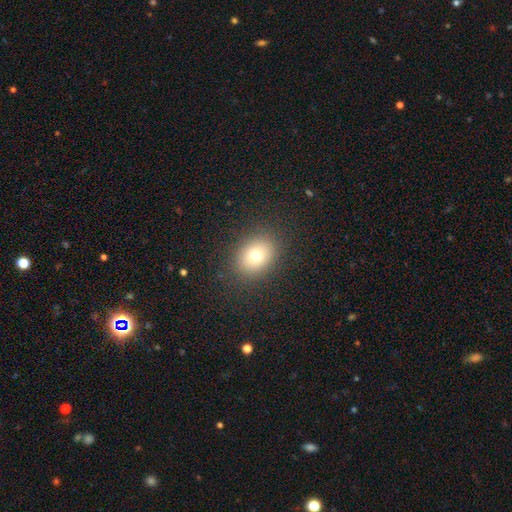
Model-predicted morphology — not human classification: Smooth or featured: smooth — 74% (star or artifact — 14%)
How rounded: round — 52% (in between — 47%)
Merging: none — 87% (minor disturbance — 8%)